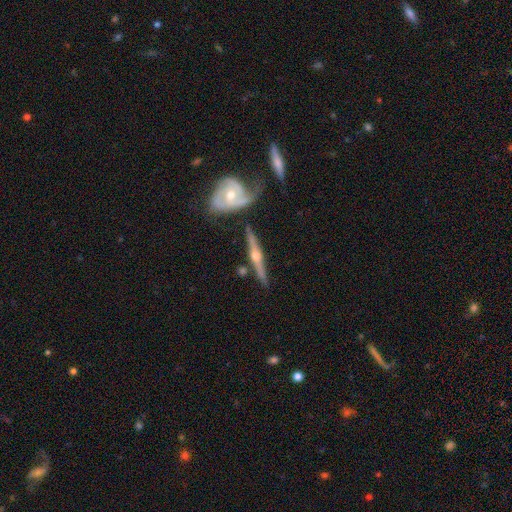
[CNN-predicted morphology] A featured or disk galaxy (83%) viewed edge-on (93%) with a rounded central bulge (92%).

Vote fractions:
- Smooth or featured? featured or disk: 83% / smooth: 12% / star or artifact: 5%
- Edge-on disk? yes: 93% / no: 7%
- Edge-on bulge? rounded: 92% / none: 4% / boxy: 3%
- Merging? none: 71% / minor disturbance: 16% / merger: 8% / major disturbance: 5%